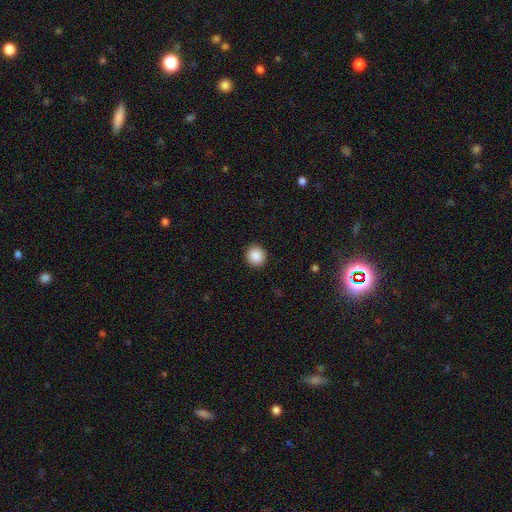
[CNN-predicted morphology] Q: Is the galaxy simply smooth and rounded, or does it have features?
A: smooth — 89%.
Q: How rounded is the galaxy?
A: round — 93%.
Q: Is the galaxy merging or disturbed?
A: none — 92%.